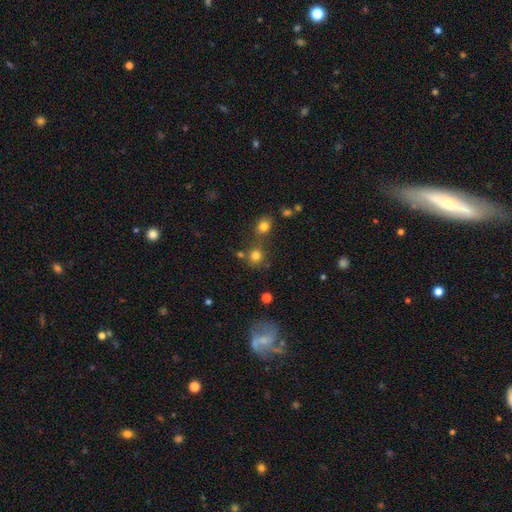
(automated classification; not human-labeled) This is likely a smooth galaxy (77%). How rounded: clearly round (87%). Merging: likely none (65%).